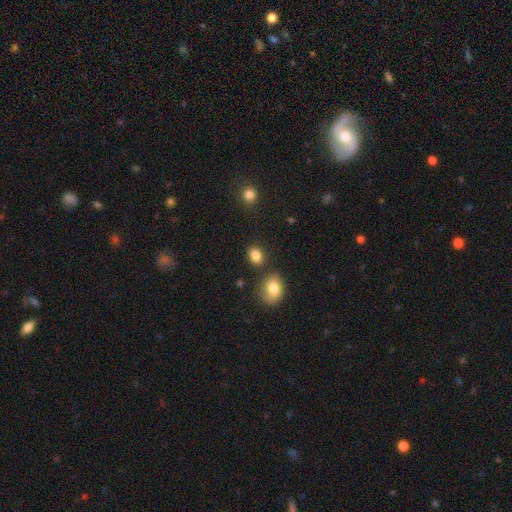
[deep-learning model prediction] A smooth galaxy with no disk features (85%) that is in between round and cigar-shaped (70%). Merging: none (78%).